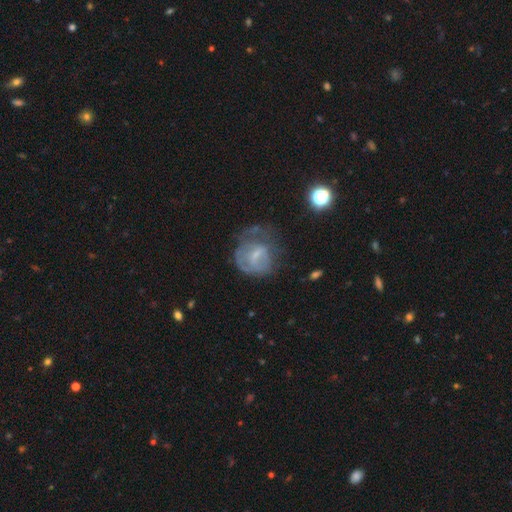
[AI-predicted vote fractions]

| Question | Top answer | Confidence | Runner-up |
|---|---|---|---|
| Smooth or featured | featured or disk | 55% | smooth (35%) |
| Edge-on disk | no | 97% | yes (3%) |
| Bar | weak | 49% | no (37%) |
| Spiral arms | no | 52% | yes (48%) |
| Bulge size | small | 53% | moderate (23%) |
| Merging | none | 37% | major disturbance (34%) |